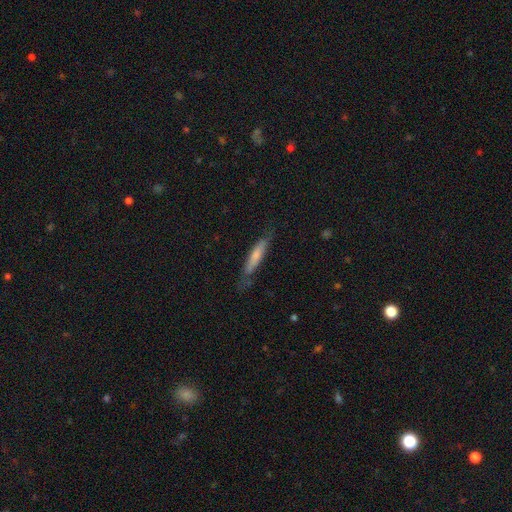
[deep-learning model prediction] Smooth or featured? Predicted: smooth (p=0.62). How rounded? Predicted: cigar-shaped (p=0.88). Merging? Predicted: none (p=0.71).